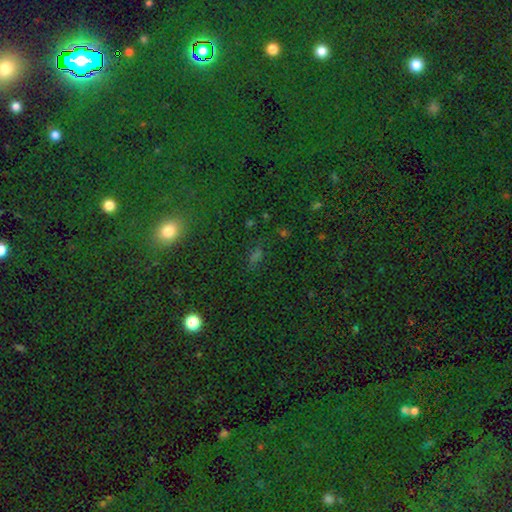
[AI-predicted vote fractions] This is possibly a smooth galaxy (47%). Merging: likely none (77%).